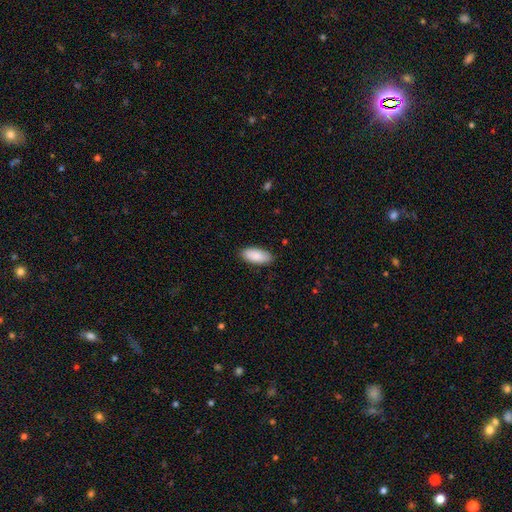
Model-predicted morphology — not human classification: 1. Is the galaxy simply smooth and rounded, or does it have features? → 89% smooth, 6% star or artifact, 5% featured or disk.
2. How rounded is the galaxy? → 88% in between, 10% cigar-shaped, 2% round.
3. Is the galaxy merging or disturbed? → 87% none, 10% minor disturbance, 2% major disturbance, 1% merger.